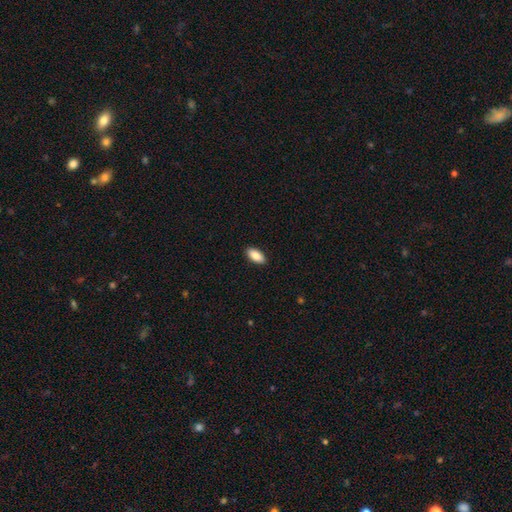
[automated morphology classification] Smooth or featured?
  - smooth: 89% *
  - star or artifact: 6%
  - featured or disk: 5%
How rounded?
  - in between: 91% *
  - cigar-shaped: 7%
  - round: 2%
Merging?
  - none: 90% *
  - minor disturbance: 7%
  - major disturbance: 2%
  - merger: 1%